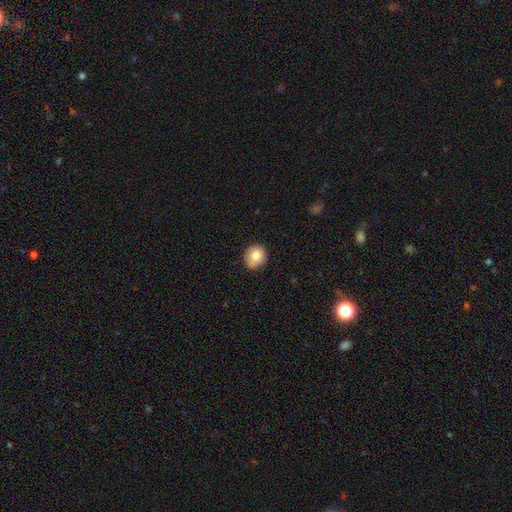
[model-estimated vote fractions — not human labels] smooth_or_featured: smooth (p=0.80) [alt: featured or disk p=0.11]
how_rounded: round (p=0.85) [alt: in between p=0.14]
merging: none (p=0.83) [alt: minor disturbance p=0.13]